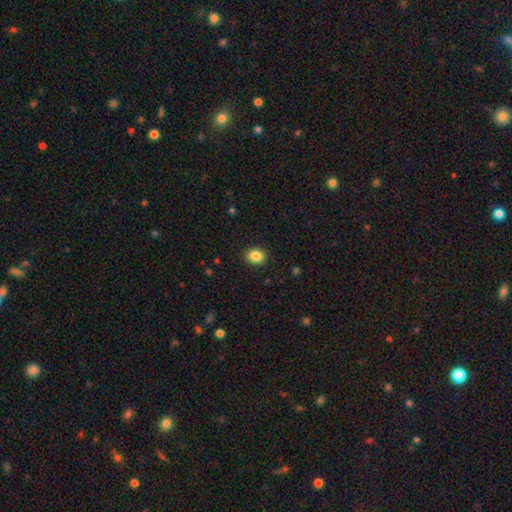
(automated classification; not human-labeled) Smooth or featured? Predicted: smooth (p=0.86). How rounded? Predicted: round (p=0.59). Merging? Predicted: none (p=0.91).